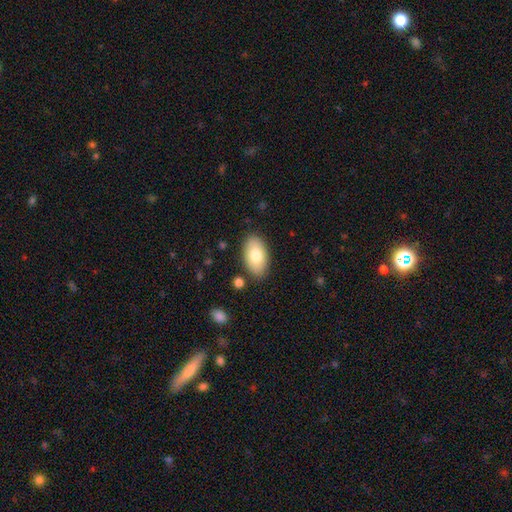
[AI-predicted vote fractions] Smooth or featured?
  - smooth: 77% *
  - featured or disk: 17%
  - star or artifact: 6%
How rounded?
  - in between: 95% *
  - round: 4%
  - cigar-shaped: 2%
Merging?
  - none: 85% *
  - minor disturbance: 10%
  - major disturbance: 2%
  - merger: 2%